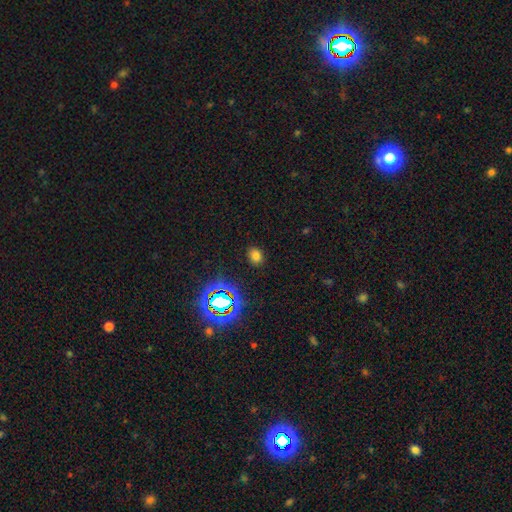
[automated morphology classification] Smooth or featured?
  - smooth: 69% *
  - star or artifact: 24%
  - featured or disk: 6%
How rounded?
  - in between: 56% *
  - round: 43%
  - cigar-shaped: 1%
Merging?
  - none: 87% *
  - minor disturbance: 9%
  - major disturbance: 3%
  - merger: 1%